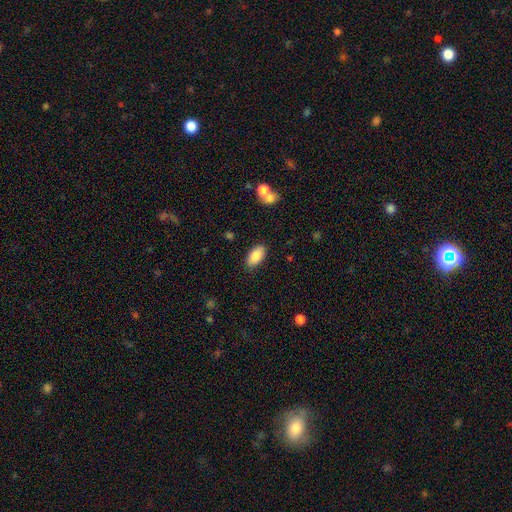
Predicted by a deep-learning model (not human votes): Smooth or featured: smooth — 86% (star or artifact — 7%)
How rounded: in between — 93% (cigar-shaped — 4%)
Merging: none — 87% (minor disturbance — 9%)